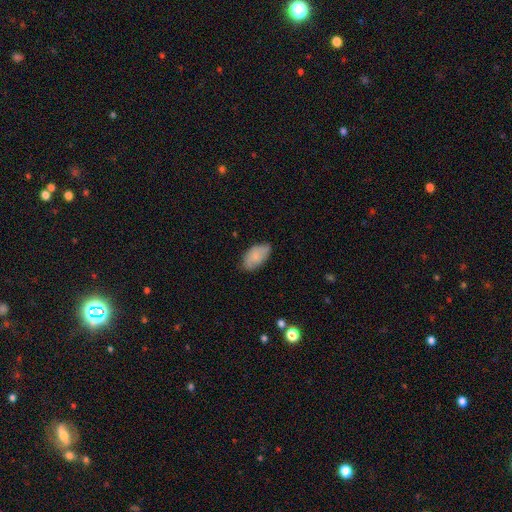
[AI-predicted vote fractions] The model was most divided on "merging": none: 72%, minor disturbance: 23%, major disturbance: 4%, merger: 1%. More confident: how rounded — in between (94%); smooth or featured — smooth (81%).